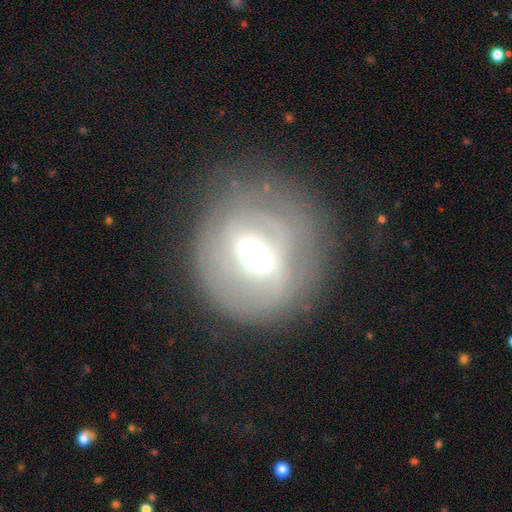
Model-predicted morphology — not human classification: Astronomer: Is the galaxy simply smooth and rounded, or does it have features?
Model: featured or disk — 68%.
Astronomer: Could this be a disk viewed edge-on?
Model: no — 91%.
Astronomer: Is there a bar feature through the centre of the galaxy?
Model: strong — 43% (runner-up: weak, 39%).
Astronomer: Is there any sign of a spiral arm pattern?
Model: yes — 52% (runner-up: no, 48%).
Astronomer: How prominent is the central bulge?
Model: moderate — 60%.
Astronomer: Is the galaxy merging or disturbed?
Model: none — 68%.